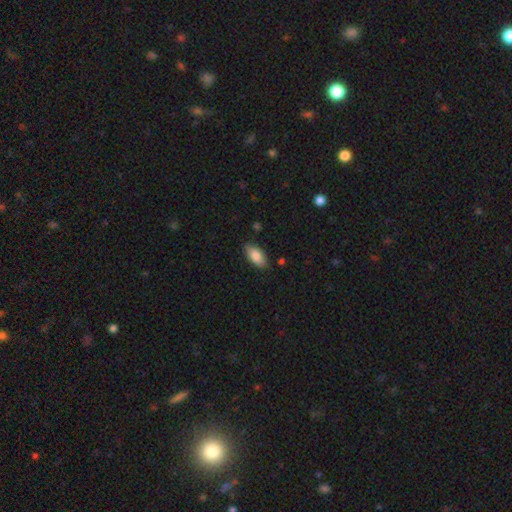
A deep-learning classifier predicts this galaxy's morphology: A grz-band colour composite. It shows a smooth galaxy with no disk features (85%) that is in between round and cigar-shaped (90%). Merging: none (84%).